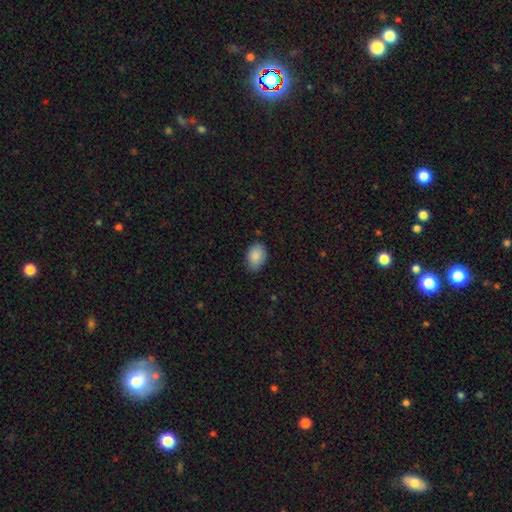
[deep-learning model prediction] Q: Smooth or featured?
A: smooth (88%); runner-up: star or artifact (7%)
Q: How rounded?
A: in between (84%); runner-up: round (15%)
Q: Merging?
A: none (78%); runner-up: minor disturbance (18%)